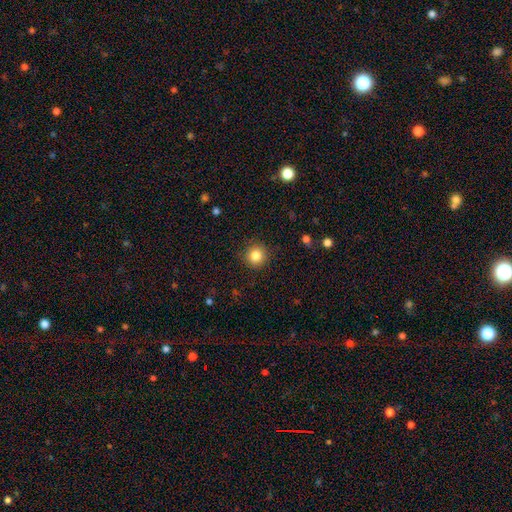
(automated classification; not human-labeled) The model was most divided on "smooth or featured": smooth: 84%, star or artifact: 11%, featured or disk: 6%. More confident: how rounded — round (94%); merging — none (90%).